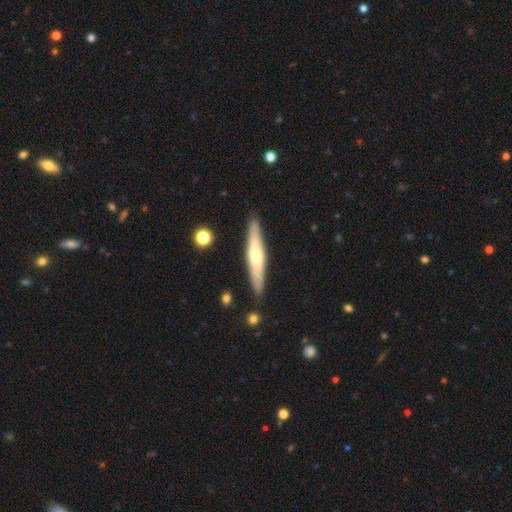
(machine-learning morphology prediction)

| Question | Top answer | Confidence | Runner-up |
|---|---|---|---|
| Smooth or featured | featured or disk | 50% | smooth (45%) |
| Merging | none | 89% | minor disturbance (8%) |